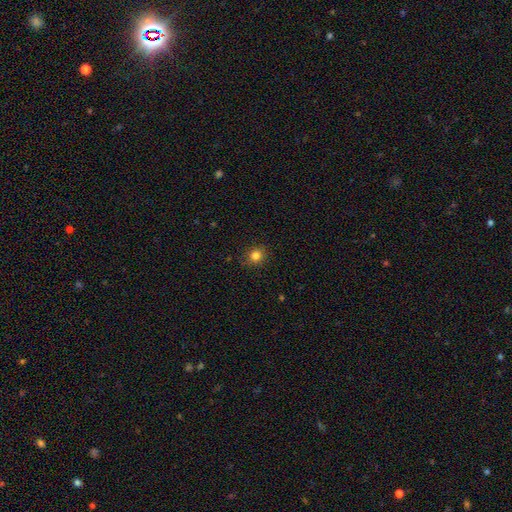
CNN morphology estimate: A smooth galaxy with no disk features (82%) that is round (80%). Merging: none (88%).